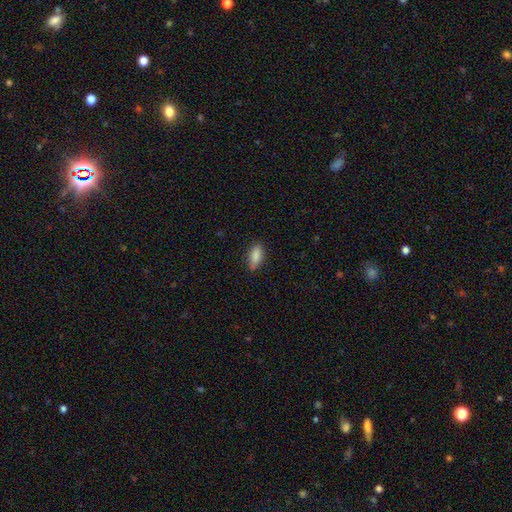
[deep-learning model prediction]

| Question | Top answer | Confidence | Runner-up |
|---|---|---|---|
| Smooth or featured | smooth | 86% | featured or disk (7%) |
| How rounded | in between | 82% | cigar-shaped (15%) |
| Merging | none | 80% | minor disturbance (16%) |